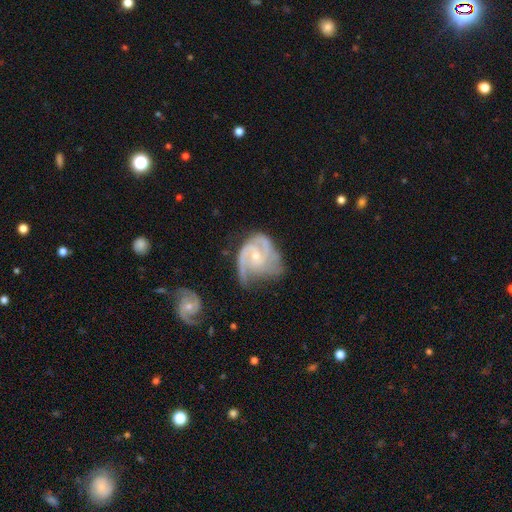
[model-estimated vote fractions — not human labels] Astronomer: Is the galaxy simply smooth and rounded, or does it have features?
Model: featured or disk — 85%.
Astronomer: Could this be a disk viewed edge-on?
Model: no — 98%.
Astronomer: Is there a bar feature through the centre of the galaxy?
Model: no — 58% (runner-up: weak, 35%).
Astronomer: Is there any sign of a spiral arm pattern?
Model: yes — 95%.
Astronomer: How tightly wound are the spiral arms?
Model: medium — 46% (runner-up: tight, 40%).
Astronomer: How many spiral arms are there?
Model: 2 — 49%.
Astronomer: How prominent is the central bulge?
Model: small — 60%.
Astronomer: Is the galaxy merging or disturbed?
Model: none — 37% (runner-up: minor disturbance, 31%).